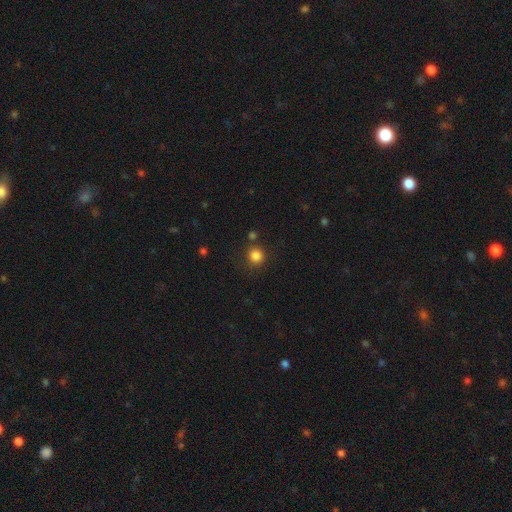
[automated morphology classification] This is clearly a smooth galaxy (84%). How rounded: clearly round (91%). Merging: clearly none (82%).